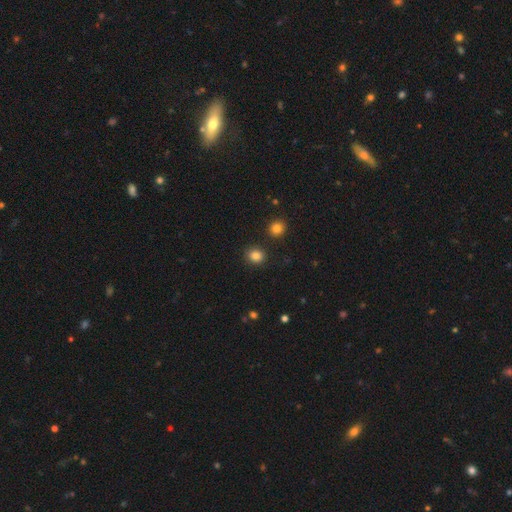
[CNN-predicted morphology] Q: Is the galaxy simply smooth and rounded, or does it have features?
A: smooth — 85%.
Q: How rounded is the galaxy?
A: round — 79%.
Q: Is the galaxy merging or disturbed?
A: none — 88%.